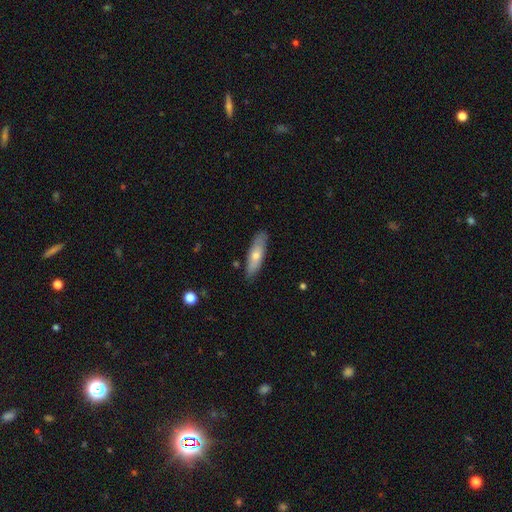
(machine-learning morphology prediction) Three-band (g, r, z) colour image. It shows a smooth galaxy with no disk features (60%) that is cigar-shaped (61%). Merging: none (85%).